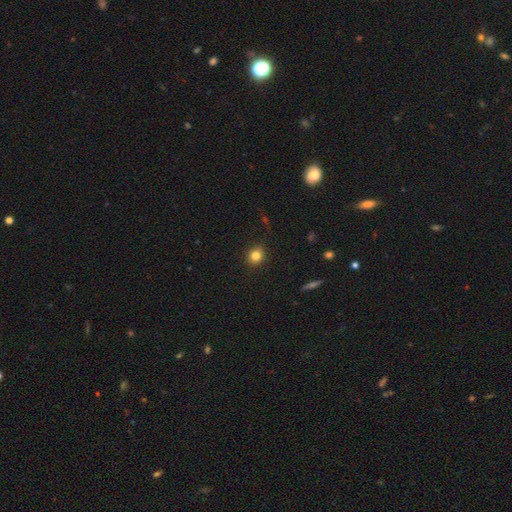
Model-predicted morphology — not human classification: The model was most divided on "how rounded": round: 81%, in between: 18%, cigar-shaped: 1%. More confident: merging — none (90%); smooth or featured — smooth (82%).